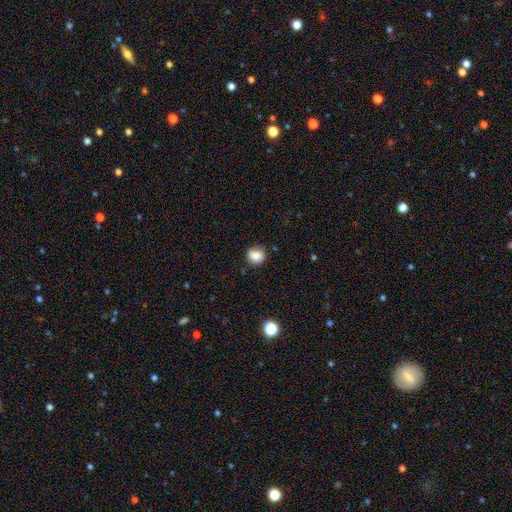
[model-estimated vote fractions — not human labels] smooth-or-featured: smooth: 83% | star or artifact: 10% | featured or disk: 7%
  how-rounded: round: 81% | in between: 18% | cigar-shaped: 1%
  merging: none: 83% | minor disturbance: 13% | major disturbance: 3% | merger: 2%